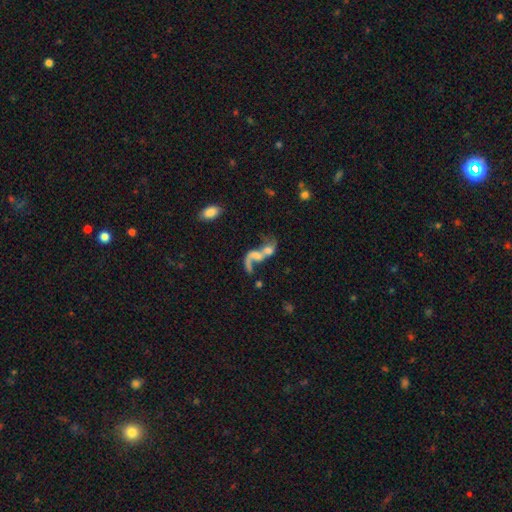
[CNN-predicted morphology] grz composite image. It shows a featured or disk galaxy (63%) with no bar (64%), spiral arms (67%) and no central bulge (41%). Merging: merger (58%).